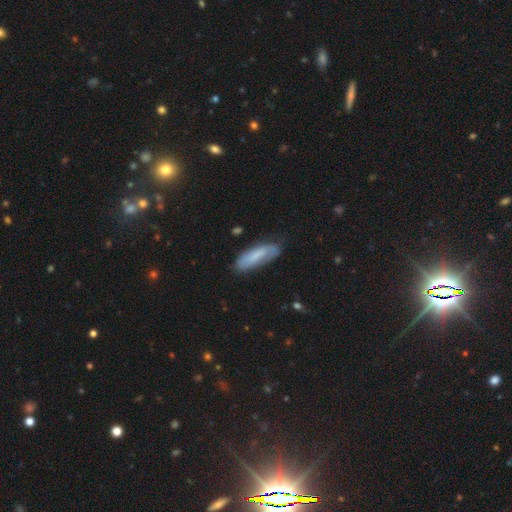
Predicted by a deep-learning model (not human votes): Smooth or featured?
  - smooth: 66% *
  - featured or disk: 27%
  - star or artifact: 7%
How rounded?
  - in between: 56% *
  - cigar-shaped: 42%
  - round: 2%
Merging?
  - none: 66% *
  - minor disturbance: 25%
  - major disturbance: 7%
  - merger: 2%